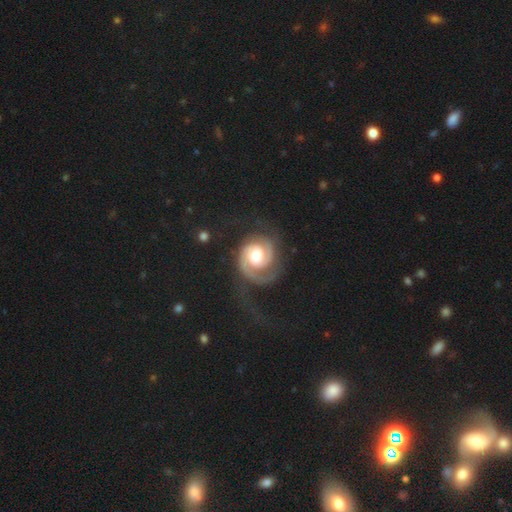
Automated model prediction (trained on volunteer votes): Smooth or featured: featured or disk — 89% (smooth — 7%)
Edge-on disk: no — 98% (yes — 2%)
Bar: no — 65% (weak — 28%)
Spiral arms: yes — 98% (no — 2%)
Spiral winding: tight — 58% (medium — 33%)
Spiral arm count: 2 — 75% (1 — 13%)
Bulge size: moderate — 58% (large — 28%)
Merging: none — 62% (major disturbance — 19%)